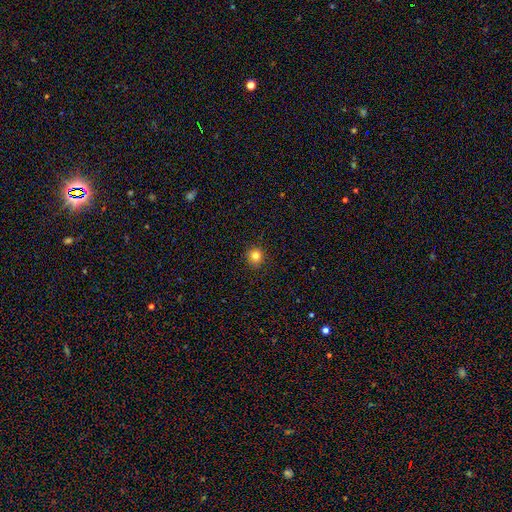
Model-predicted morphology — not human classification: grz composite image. It shows a smooth galaxy with no disk features (80%) that is round (91%). Merging: none (91%).